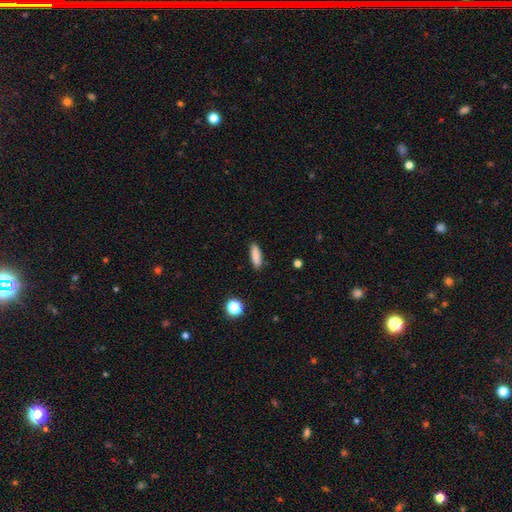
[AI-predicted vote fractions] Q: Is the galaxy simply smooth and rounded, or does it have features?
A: smooth — 86%.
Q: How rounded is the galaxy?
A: cigar-shaped — 58%.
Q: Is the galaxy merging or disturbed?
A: none — 89%.